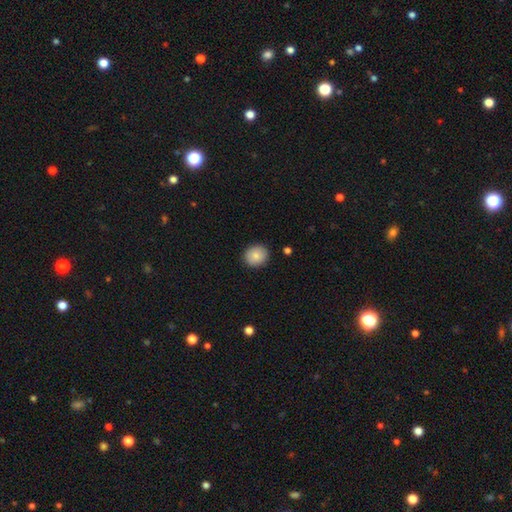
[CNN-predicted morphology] Smooth or featured: smooth — 84% (featured or disk — 8%)
How rounded: round — 77% (in between — 22%)
Merging: none — 89% (minor disturbance — 8%)